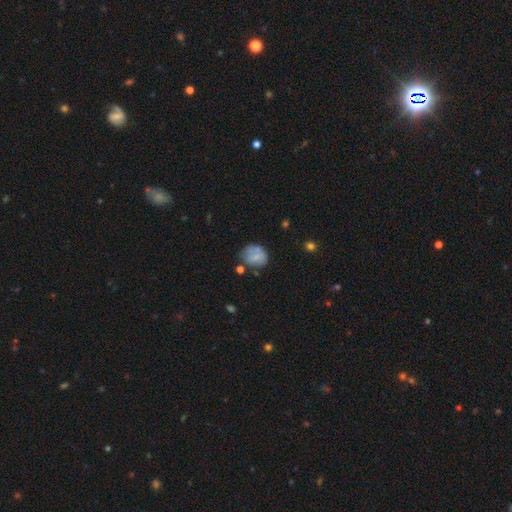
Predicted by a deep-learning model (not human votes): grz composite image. It shows a smooth galaxy with no disk features (67%) that is round (63%). Merging: none (53%).